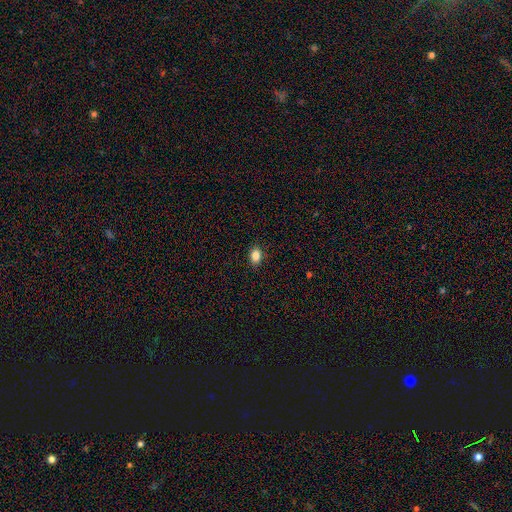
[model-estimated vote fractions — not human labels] Morphology: type=smooth (84%); roundness=in between (69%); merging=none (88%).